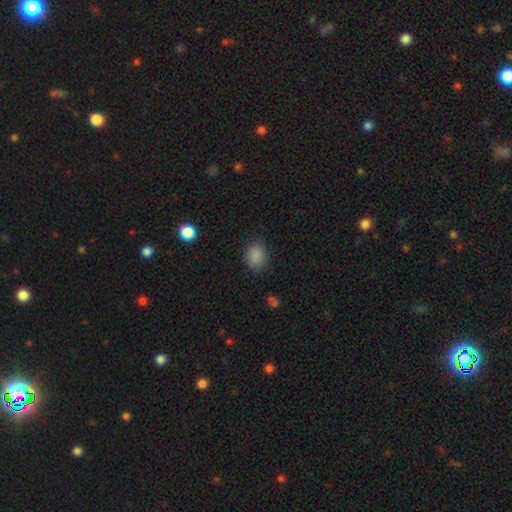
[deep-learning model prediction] smooth-or-featured: smooth: 86% | star or artifact: 10% | featured or disk: 3%
  how-rounded: round: 65% | in between: 34% | cigar-shaped: 1%
  merging: none: 84% | minor disturbance: 11% | major disturbance: 3% | merger: 1%